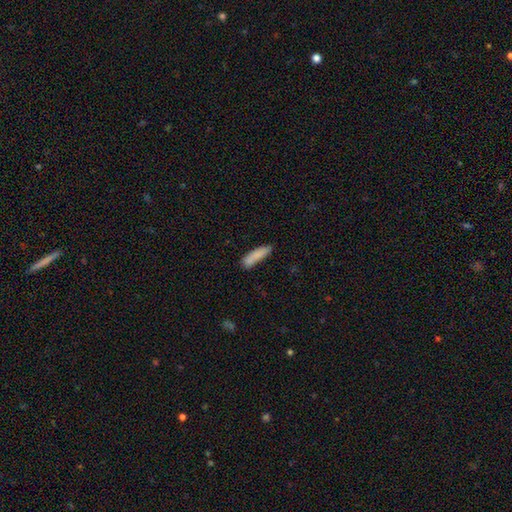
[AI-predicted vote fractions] Smooth or featured: smooth — 85% (featured or disk — 9%)
How rounded: cigar-shaped — 73% (in between — 26%)
Merging: none — 72% (minor disturbance — 20%)